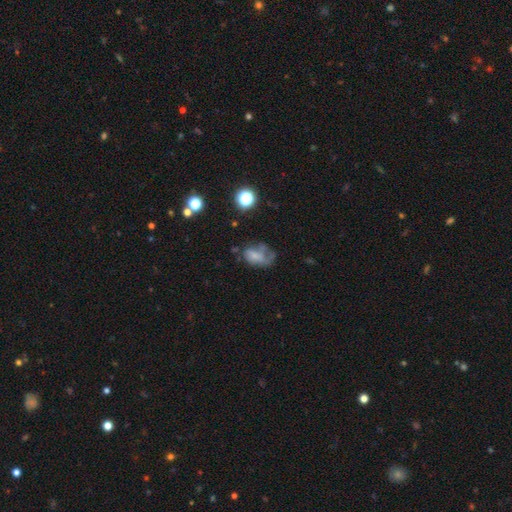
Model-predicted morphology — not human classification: Smooth or featured? Predicted: smooth (p=0.51). How rounded? Predicted: in between (p=0.81). Merging? Predicted: major disturbance (p=0.37).